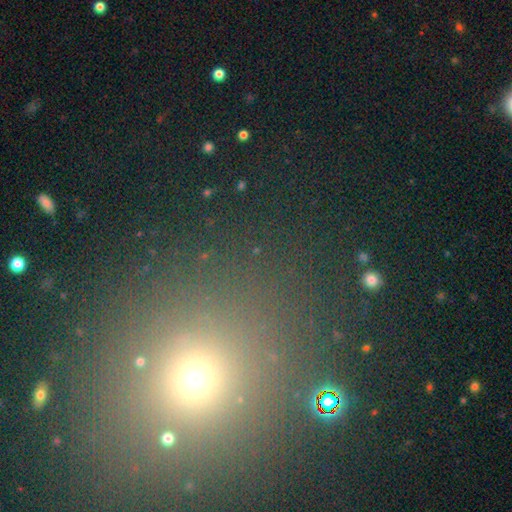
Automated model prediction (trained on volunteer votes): This appears to be a star or artifact, not a galaxy (48%).